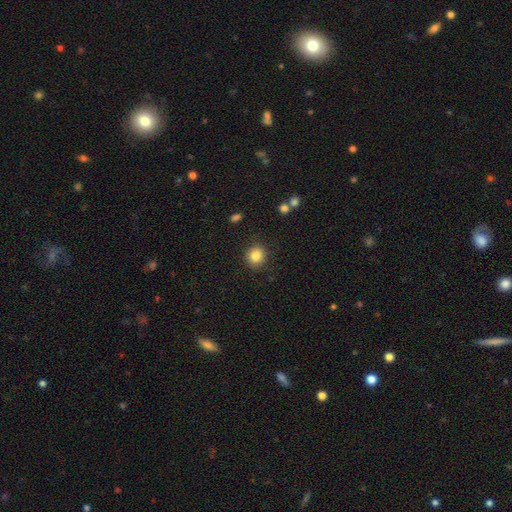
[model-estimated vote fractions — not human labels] smooth 85%, star or artifact 10%, featured or disk 5%. Down the decision tree: how rounded — round (86%); merging — none (88%).